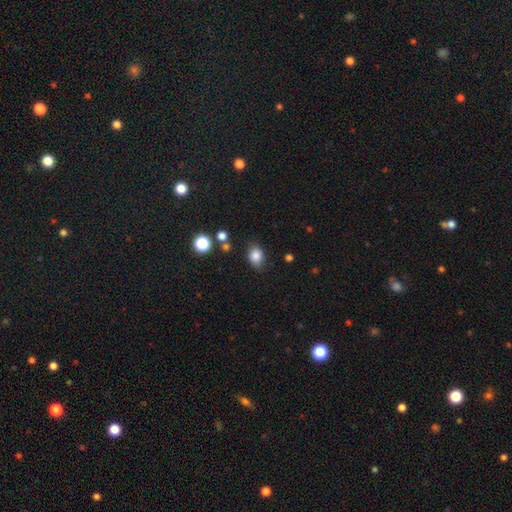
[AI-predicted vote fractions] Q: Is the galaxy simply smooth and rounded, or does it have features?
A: smooth — 84%.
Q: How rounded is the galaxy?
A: in between — 61%.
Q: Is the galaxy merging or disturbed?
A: none — 77%.